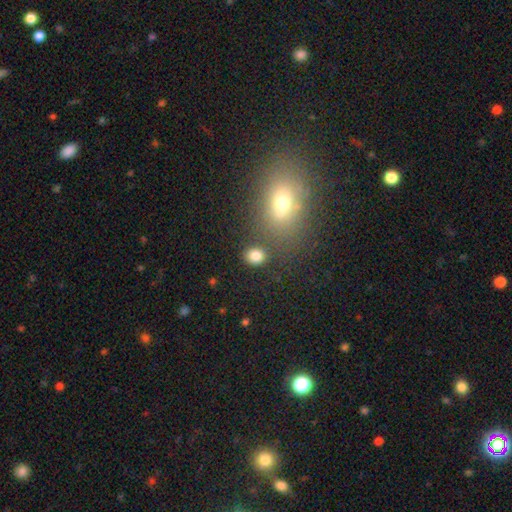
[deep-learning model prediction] smooth-or-featured: smooth: 82% | star or artifact: 12% | featured or disk: 6%
  how-rounded: round: 55% | in between: 44% | cigar-shaped: 1%
  merging: none: 78% | minor disturbance: 10% | merger: 8% | major disturbance: 4%